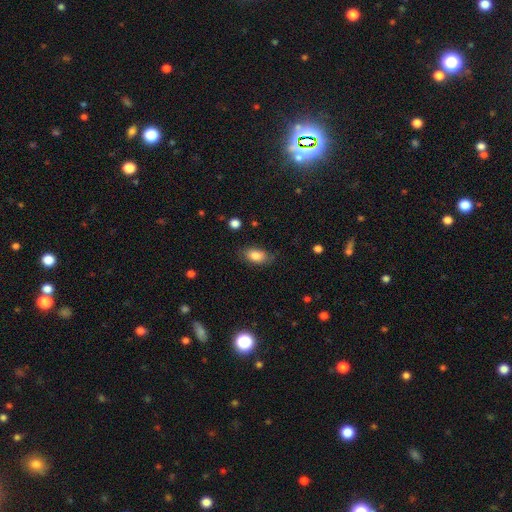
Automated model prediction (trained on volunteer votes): The model was most divided on "merging": none: 78%, minor disturbance: 16%, major disturbance: 4%, merger: 1%. More confident: how rounded — in between (90%); smooth or featured — smooth (83%).